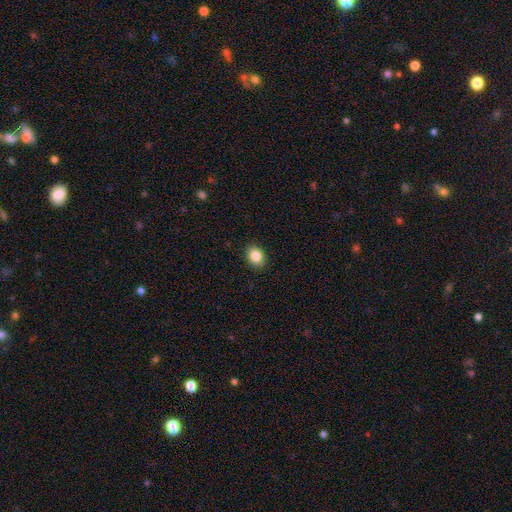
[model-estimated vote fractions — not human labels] A smooth galaxy with no disk features (86%) that is in between round and cigar-shaped (55%). Merging: none (90%).